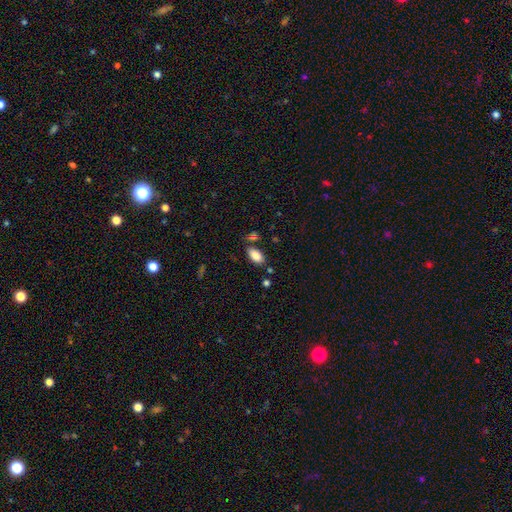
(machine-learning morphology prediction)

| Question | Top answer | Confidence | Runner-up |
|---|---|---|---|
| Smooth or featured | smooth | 86% | star or artifact (8%) |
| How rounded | in between | 93% | cigar-shaped (4%) |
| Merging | none | 76% | minor disturbance (14%) |